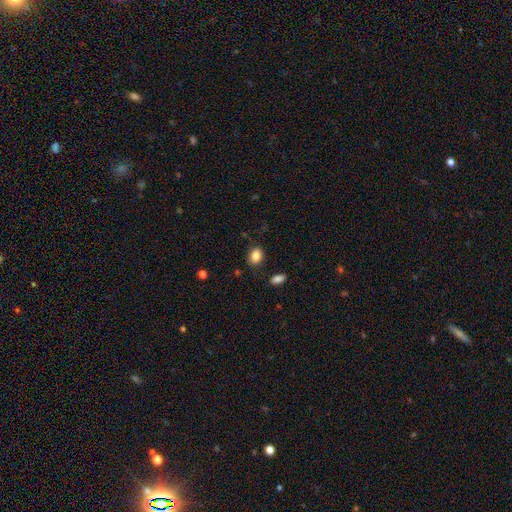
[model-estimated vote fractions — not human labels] Q: Smooth or featured?
A: smooth (86%); runner-up: star or artifact (9%)
Q: How rounded?
A: in between (69%); runner-up: round (30%)
Q: Merging?
A: none (82%); runner-up: minor disturbance (13%)